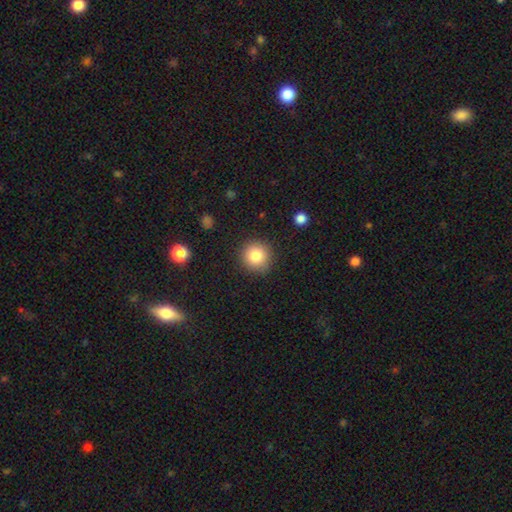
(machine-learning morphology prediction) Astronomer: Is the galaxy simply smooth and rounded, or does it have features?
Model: smooth — 82%.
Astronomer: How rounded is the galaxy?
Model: round — 94%.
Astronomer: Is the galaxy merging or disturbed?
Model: none — 89%.